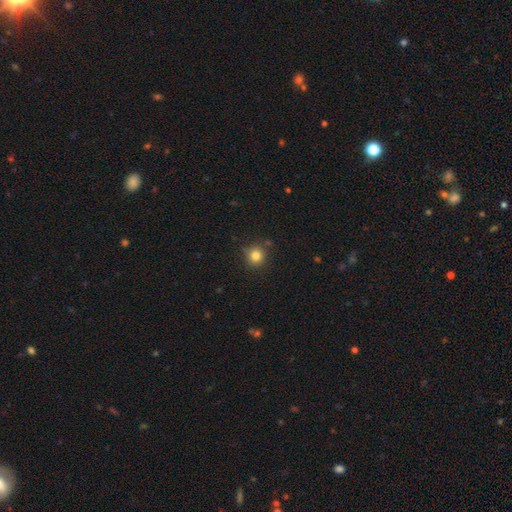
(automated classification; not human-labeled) Morphology: type=smooth (82%); roundness=round (91%); merging=none (82%).